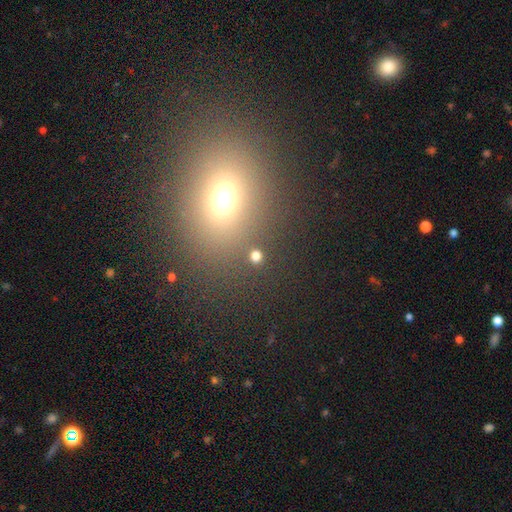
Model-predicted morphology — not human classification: smooth_or_featured: smooth (p=0.74) [alt: star or artifact p=0.21]
how_rounded: round (p=0.86) [alt: in between p=0.13]
merging: none (p=0.88) [alt: minor disturbance p=0.05]